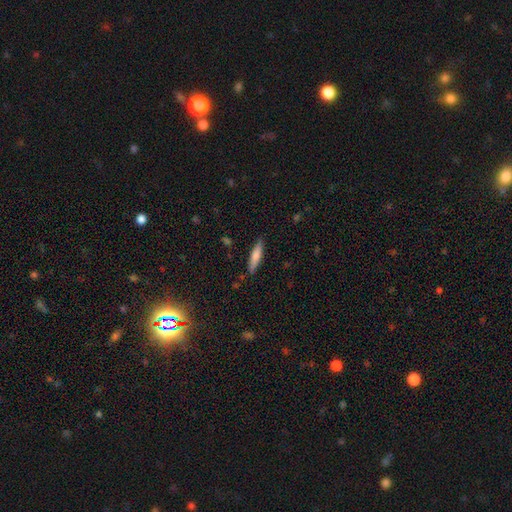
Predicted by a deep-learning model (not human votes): smooth 69%, featured or disk 25%, star or artifact 6%. Down the decision tree: how rounded — cigar-shaped (81%); merging — none (86%).